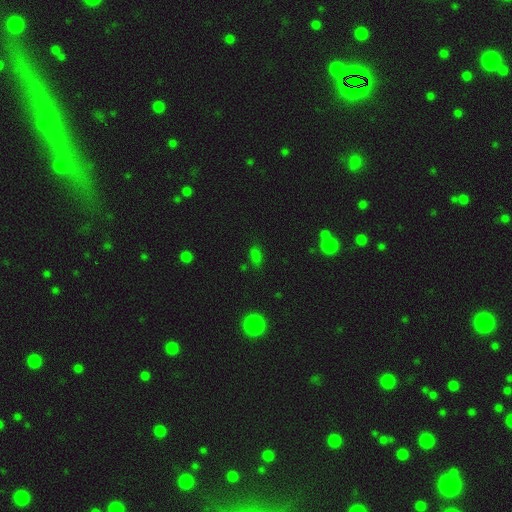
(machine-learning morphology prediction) smooth_or_featured: smooth (p=0.71) [alt: star or artifact p=0.23]
how_rounded: in between (p=0.79) [alt: round p=0.11]
merging: none (p=0.75) [alt: minor disturbance p=0.16]